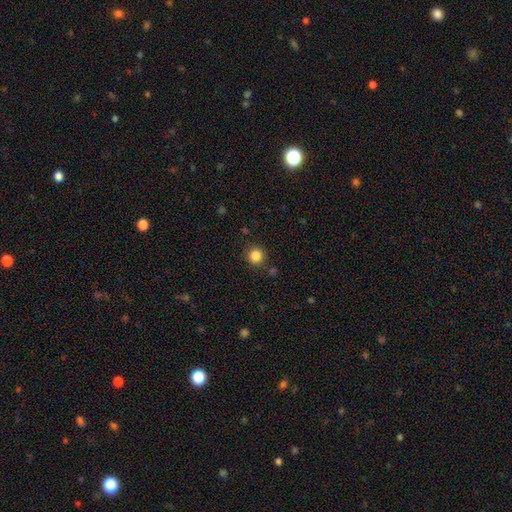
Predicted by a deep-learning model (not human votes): This appears to be a smooth galaxy with no disk features (85%) that is round (94%). Merging: none (88%).